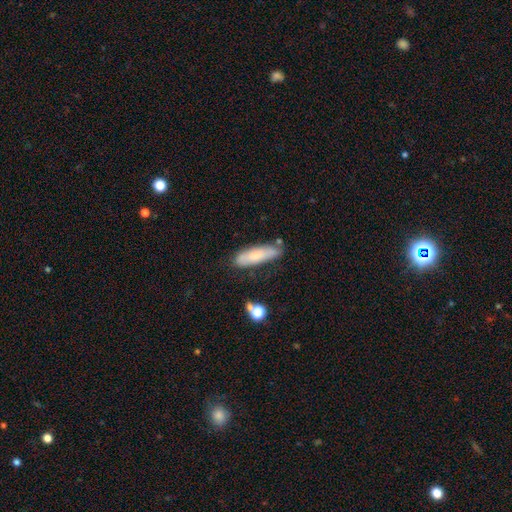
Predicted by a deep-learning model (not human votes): This is likely a smooth galaxy (71%). How rounded: likely cigar-shaped (60%). Merging: likely none (69%).